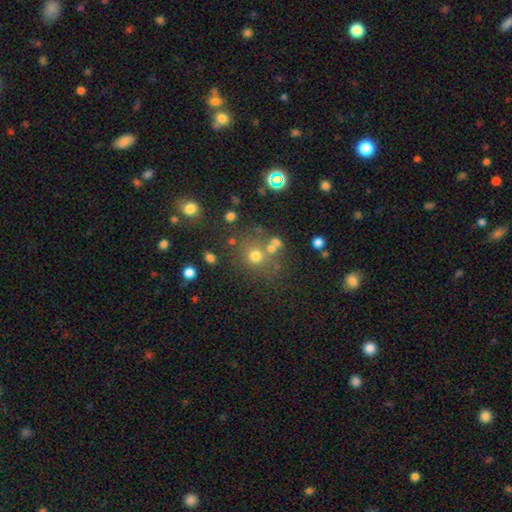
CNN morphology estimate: This is likely a smooth galaxy (66%). How rounded: clearly round (86%). Merging: likely none (66%).